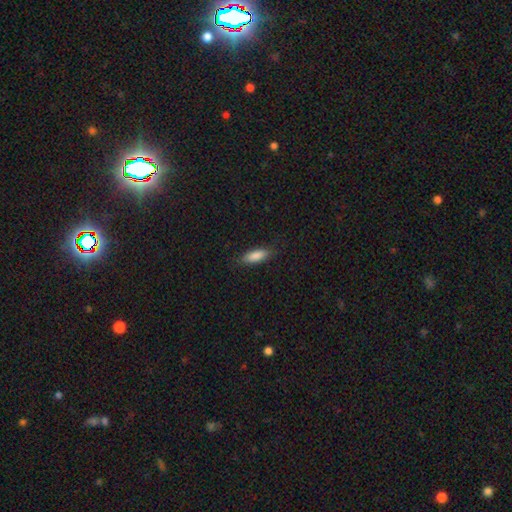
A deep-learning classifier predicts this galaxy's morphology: Q: Smooth or featured?
A: smooth (86%); runner-up: featured or disk (7%)
Q: How rounded?
A: in between (66%); runner-up: cigar-shaped (32%)
Q: Merging?
A: none (84%); runner-up: minor disturbance (12%)